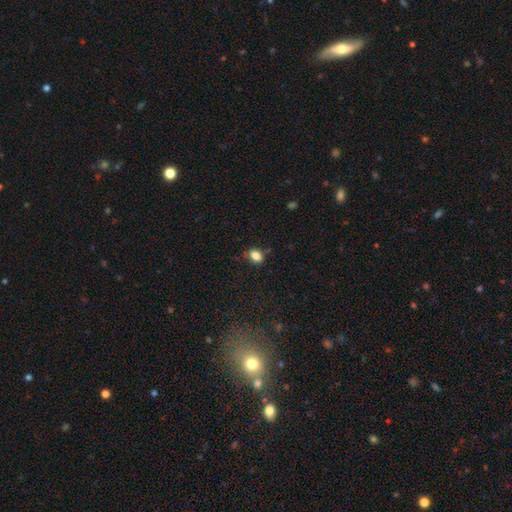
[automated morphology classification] This is clearly a smooth galaxy (82%). How rounded: likely in between (74%). Merging: likely none (71%).